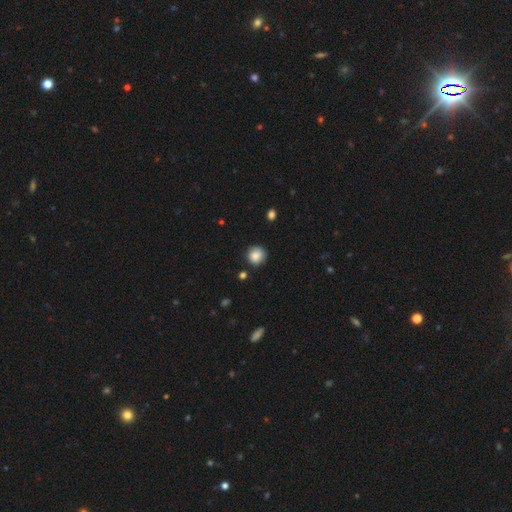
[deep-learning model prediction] smooth 85%, star or artifact 9%, featured or disk 6%. Down the decision tree: how rounded — round (91%); merging — none (84%).